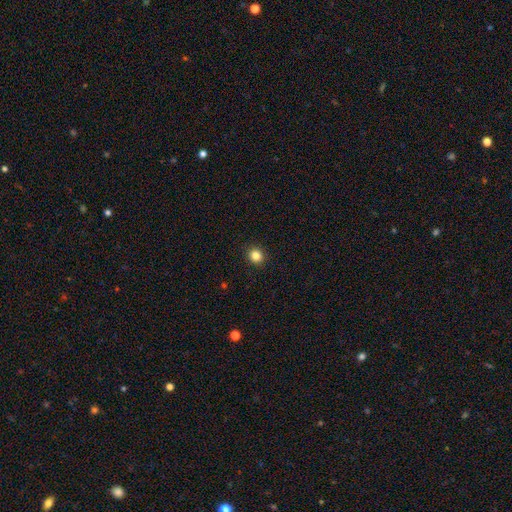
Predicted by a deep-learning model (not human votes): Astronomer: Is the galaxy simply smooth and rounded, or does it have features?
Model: smooth — 84%.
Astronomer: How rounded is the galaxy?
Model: round — 87%.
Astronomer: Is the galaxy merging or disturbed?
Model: none — 92%.